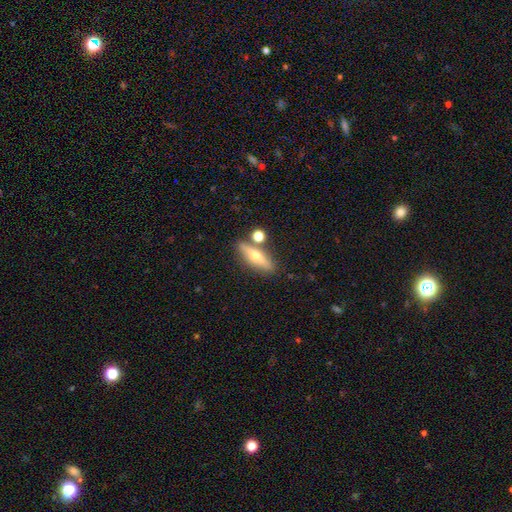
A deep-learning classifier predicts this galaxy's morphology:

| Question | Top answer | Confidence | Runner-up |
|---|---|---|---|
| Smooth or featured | featured or disk | 53% | smooth (39%) |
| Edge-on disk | yes | 88% | no (12%) |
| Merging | none | 77% | minor disturbance (10%) |